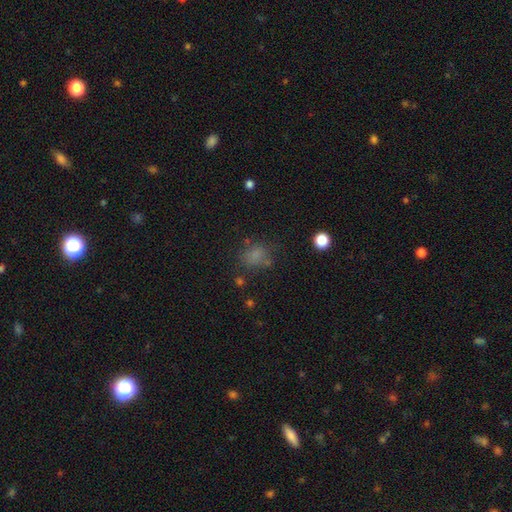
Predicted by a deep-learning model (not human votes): Smooth or featured? smooth (70%)
How rounded? in between (50%)
Merging? none (63%)